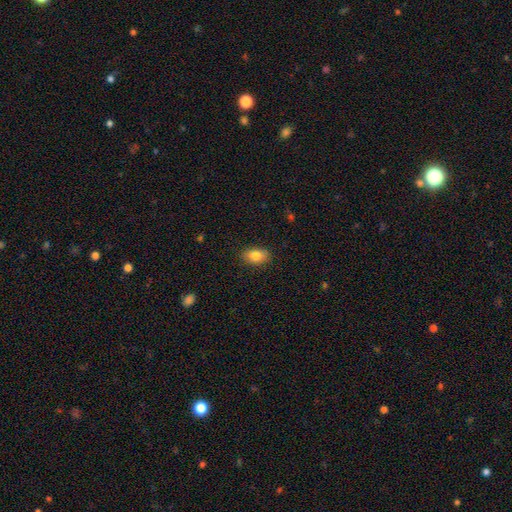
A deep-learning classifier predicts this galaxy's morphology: Smooth or featured? smooth (82%)
How rounded? in between (85%)
Merging? none (87%)